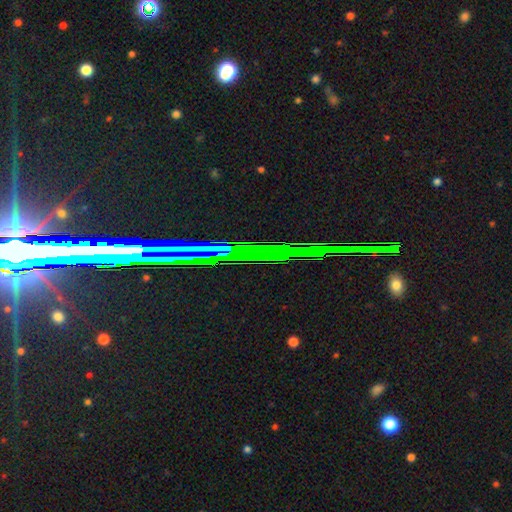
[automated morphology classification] Smooth or featured? Predicted: star or artifact (p=0.79).